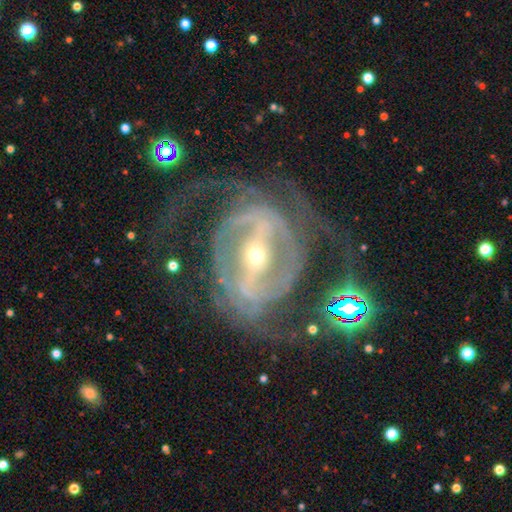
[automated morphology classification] Q: Smooth or featured?
A: featured or disk (88%); runner-up: star or artifact (6%)
Q: Edge-on disk?
A: no (96%); runner-up: yes (4%)
Q: Bar?
A: strong (68%); runner-up: weak (21%)
Q: Spiral arms?
A: yes (86%); runner-up: no (14%)
Q: Spiral winding?
A: medium (43%); runner-up: tight (34%)
Q: Spiral arm count?
A: 2 (63%); runner-up: can't tell (17%)
Q: Bulge size?
A: small (73%); runner-up: moderate (23%)
Q: Merging?
A: none (52%); runner-up: major disturbance (28%)